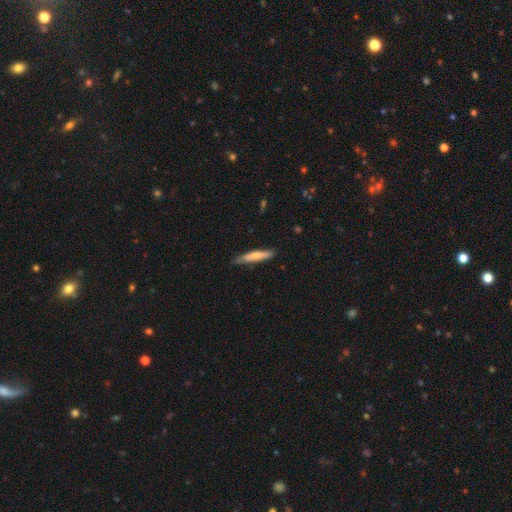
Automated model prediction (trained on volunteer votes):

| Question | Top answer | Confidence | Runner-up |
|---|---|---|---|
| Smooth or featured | smooth | 68% | featured or disk (27%) |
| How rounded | cigar-shaped | 89% | in between (10%) |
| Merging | none | 77% | minor disturbance (19%) |